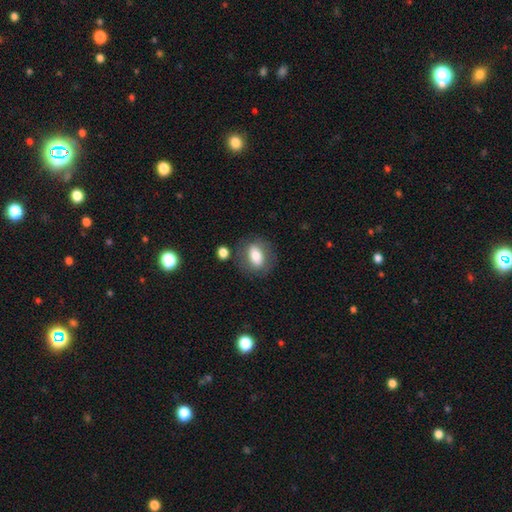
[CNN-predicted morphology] This is likely a smooth galaxy (70%). How rounded: likely in between (73%). Merging: likely none (76%).